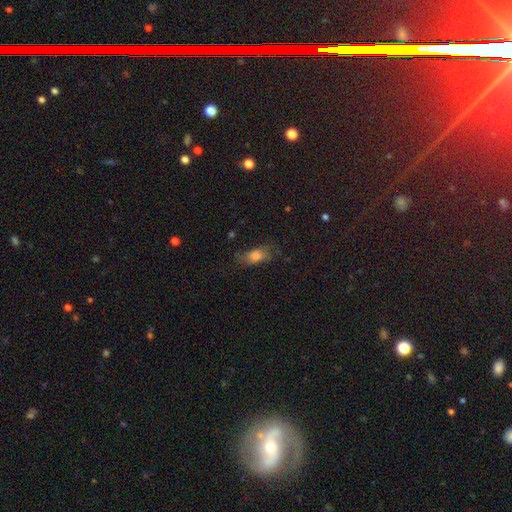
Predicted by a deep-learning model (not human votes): smooth-or-featured: smooth: 65% | featured or disk: 23% | star or artifact: 12%
  how-rounded: in between: 77% | cigar-shaped: 16% | round: 7%
  merging: none: 57% | minor disturbance: 25% | major disturbance: 16% | merger: 2%